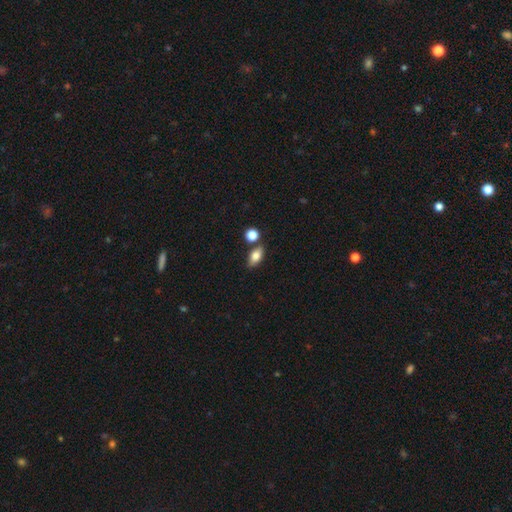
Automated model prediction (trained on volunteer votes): This is likely a smooth galaxy (78%). How rounded: clearly in between (83%). Merging: likely none (74%).